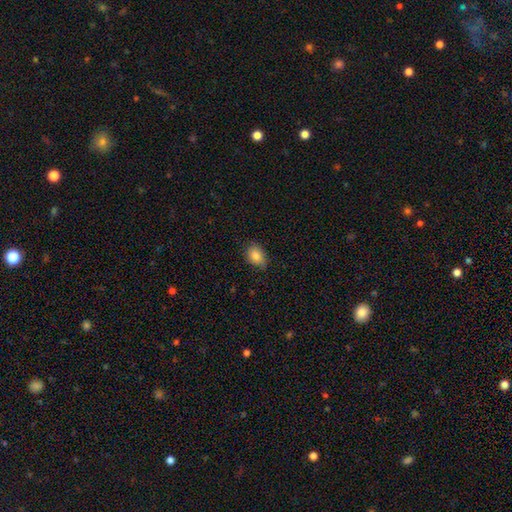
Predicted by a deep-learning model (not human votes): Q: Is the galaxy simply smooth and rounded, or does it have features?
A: smooth — 84%.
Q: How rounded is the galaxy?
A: in between — 70%.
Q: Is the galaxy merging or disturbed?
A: none — 72%.